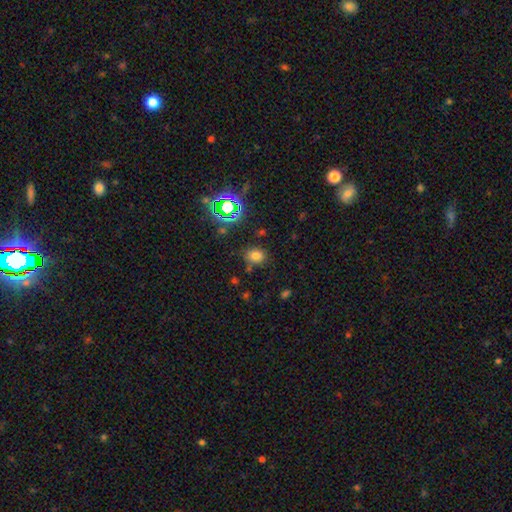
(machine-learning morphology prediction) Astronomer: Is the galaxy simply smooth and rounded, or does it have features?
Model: smooth — 70%.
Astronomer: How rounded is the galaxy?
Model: round — 61% (runner-up: in between, 38%).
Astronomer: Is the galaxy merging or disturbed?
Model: none — 77%.